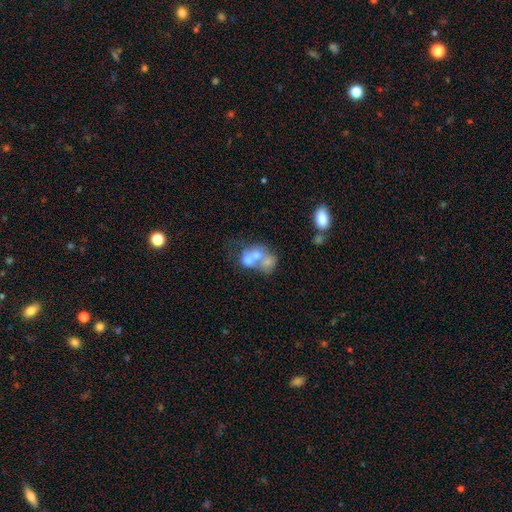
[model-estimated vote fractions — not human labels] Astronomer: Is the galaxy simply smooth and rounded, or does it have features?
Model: smooth — 47% (runner-up: featured or disk, 41%).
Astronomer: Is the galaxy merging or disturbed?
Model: merger — 66%.